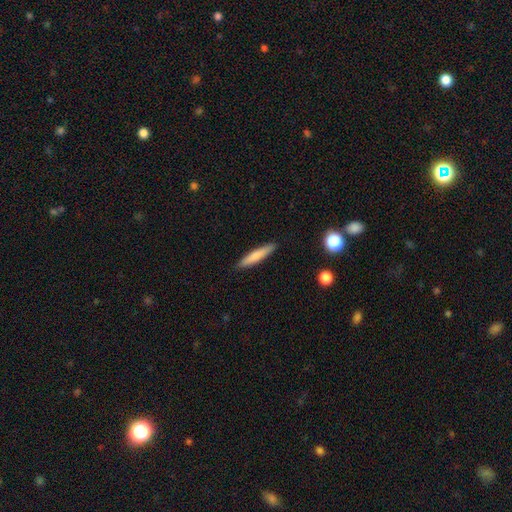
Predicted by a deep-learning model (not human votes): smooth_or_featured: smooth (p=0.76) [alt: featured or disk p=0.19]
how_rounded: cigar-shaped (p=0.90) [alt: in between p=0.09]
merging: none (p=0.90) [alt: minor disturbance p=0.08]